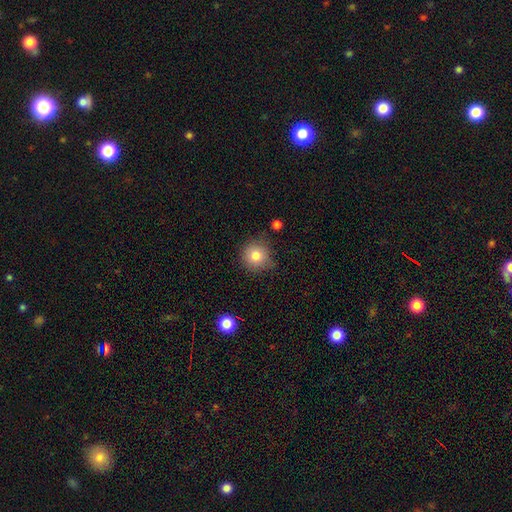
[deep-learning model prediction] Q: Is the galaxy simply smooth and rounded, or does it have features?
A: smooth — 82%.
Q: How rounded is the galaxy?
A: round — 93%.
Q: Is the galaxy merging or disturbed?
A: none — 77%.